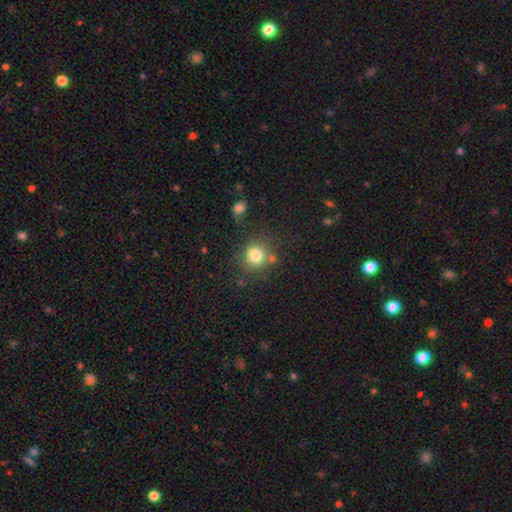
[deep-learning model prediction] Morphology: type=smooth (79%); roundness=round (83%); merging=none (68%).